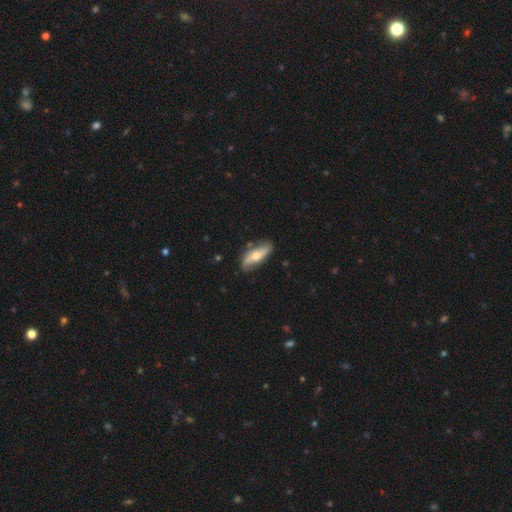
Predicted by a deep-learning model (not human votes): Overall: featured or disk (58%; smooth 36%). Edge-on disk: no (63%; yes 37%). Merging: none (78%).